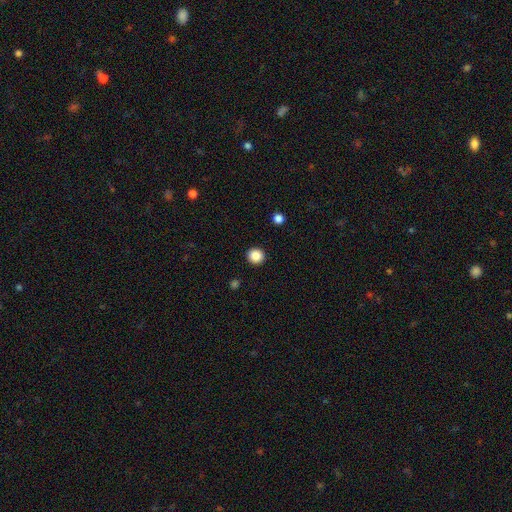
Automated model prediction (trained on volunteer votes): Morphology: type=smooth (87%); roundness=round (93%); merging=none (93%).